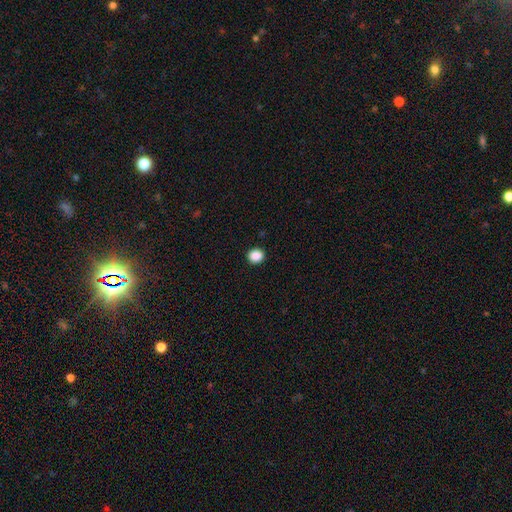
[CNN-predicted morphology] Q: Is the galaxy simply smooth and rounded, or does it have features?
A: smooth — 88%.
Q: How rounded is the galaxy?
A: round — 84%.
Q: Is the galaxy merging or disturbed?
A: none — 92%.